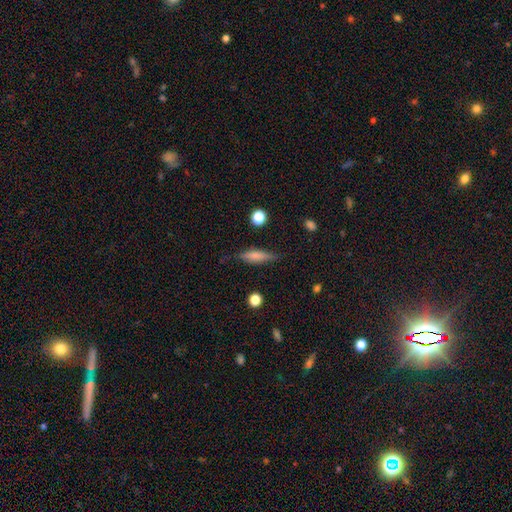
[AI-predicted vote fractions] A smooth galaxy with no disk features (59%) that is cigar-shaped (64%).

Vote fractions:
- Smooth or featured? smooth: 59% / featured or disk: 33% / star or artifact: 8%
- How rounded? cigar-shaped: 64% / in between: 33% / round: 3%
- Merging? none: 76% / minor disturbance: 17% / major disturbance: 5% / merger: 2%